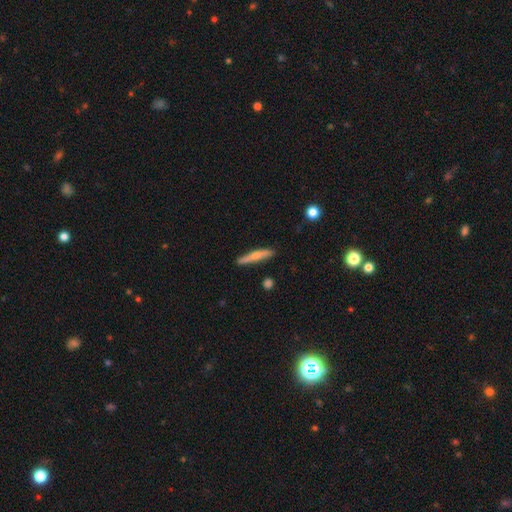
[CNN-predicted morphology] smooth_or_featured: smooth (p=0.59) [alt: featured or disk p=0.35]
how_rounded: cigar-shaped (p=0.90) [alt: in between p=0.08]
merging: none (p=0.83) [alt: minor disturbance p=0.13]